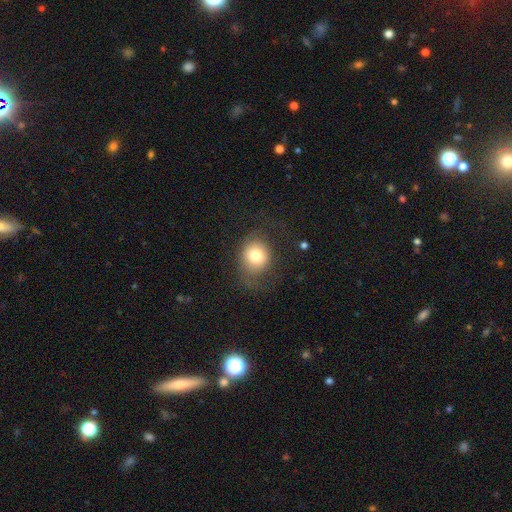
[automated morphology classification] smooth-or-featured: smooth: 73% | featured or disk: 17% | star or artifact: 10%
  how-rounded: round: 71% | in between: 28% | cigar-shaped: 1%
  merging: none: 60% | minor disturbance: 20% | major disturbance: 18% | merger: 1%